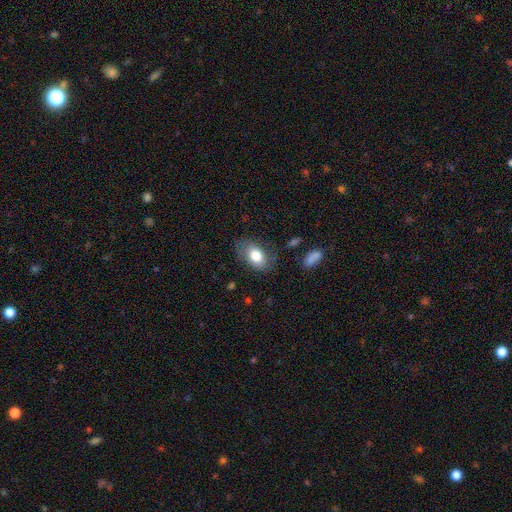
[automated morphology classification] A smooth galaxy with no disk features (79%) that is in between round and cigar-shaped (88%). Merging: none (74%).